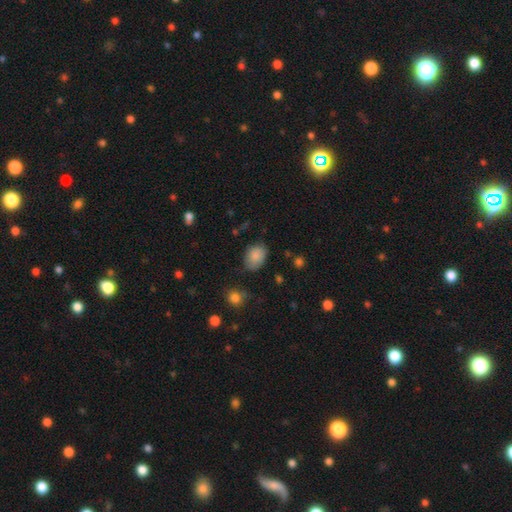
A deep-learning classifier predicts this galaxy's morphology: Smooth or featured: smooth — 85% (star or artifact — 8%)
How rounded: in between — 76% (round — 23%)
Merging: none — 71% (minor disturbance — 22%)